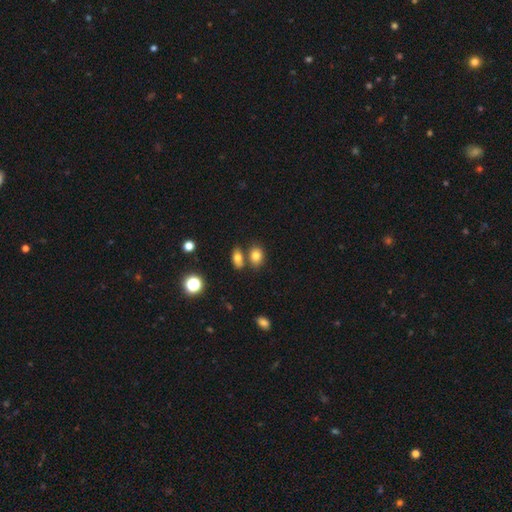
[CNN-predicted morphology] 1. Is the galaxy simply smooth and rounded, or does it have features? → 79% smooth, 11% star or artifact, 10% featured or disk.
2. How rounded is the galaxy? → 71% in between, 27% round, 2% cigar-shaped.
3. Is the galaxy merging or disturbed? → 57% none, 29% merger, 11% minor disturbance, 3% major disturbance.